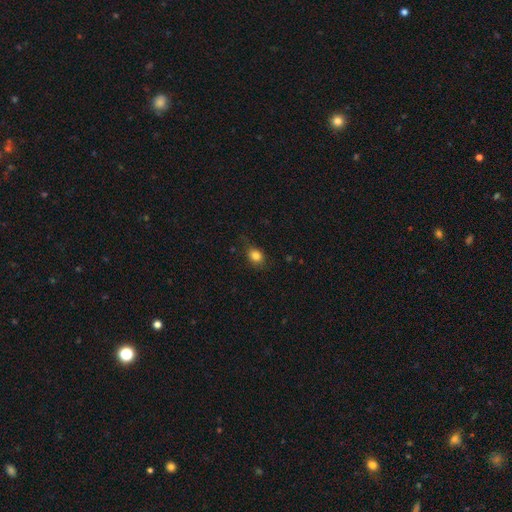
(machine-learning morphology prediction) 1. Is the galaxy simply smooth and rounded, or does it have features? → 83% smooth, 11% star or artifact, 6% featured or disk.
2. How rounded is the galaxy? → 53% round, 46% in between, 1% cigar-shaped.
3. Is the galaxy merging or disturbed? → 74% none, 20% minor disturbance, 5% major disturbance, 1% merger.